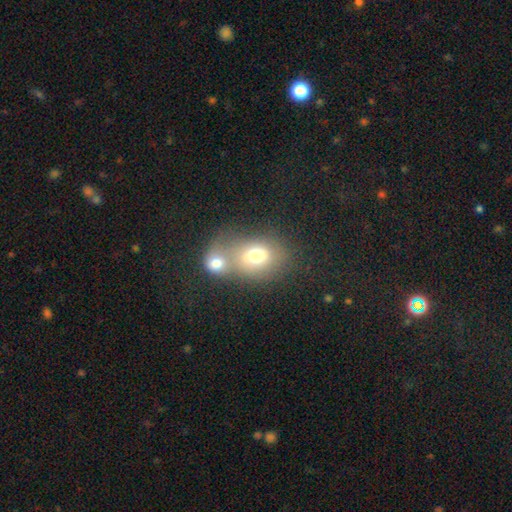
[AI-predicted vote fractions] smooth 71%, featured or disk 18%, star or artifact 11%. Down the decision tree: how rounded — in between (52%); merging — merger (61%).